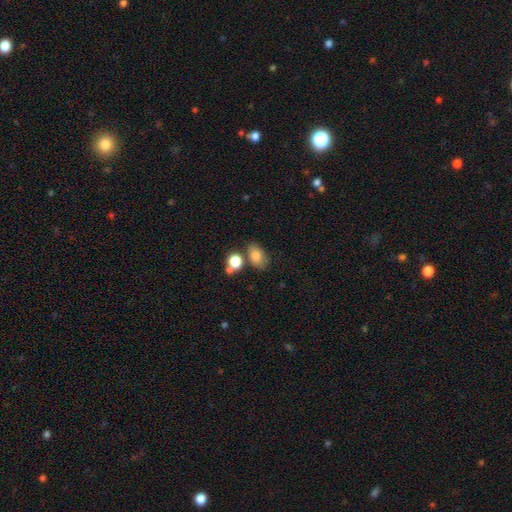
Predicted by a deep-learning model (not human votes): Morphology: type=smooth (80%); roundness=in between (79%); merging=none (59%).